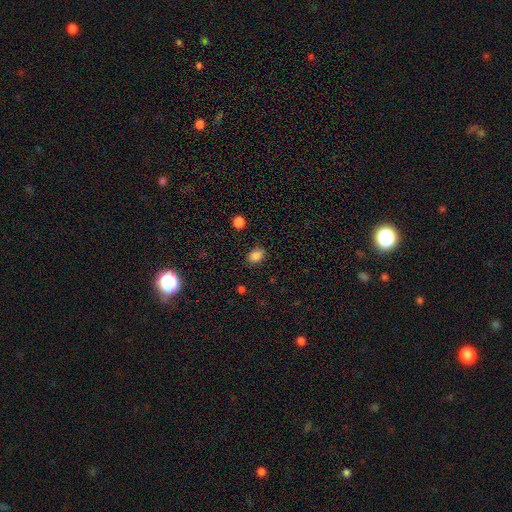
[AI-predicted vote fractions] Morphology: type=smooth (85%); roundness=in between (70%); merging=none (86%).